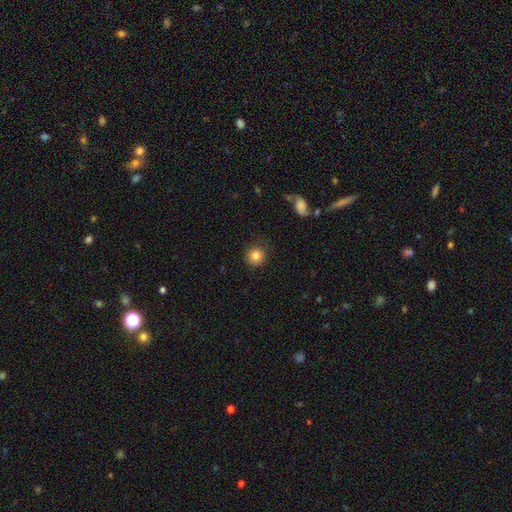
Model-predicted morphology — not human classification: A smooth galaxy with no disk features (83%) that is round (92%). Merging: none (84%).